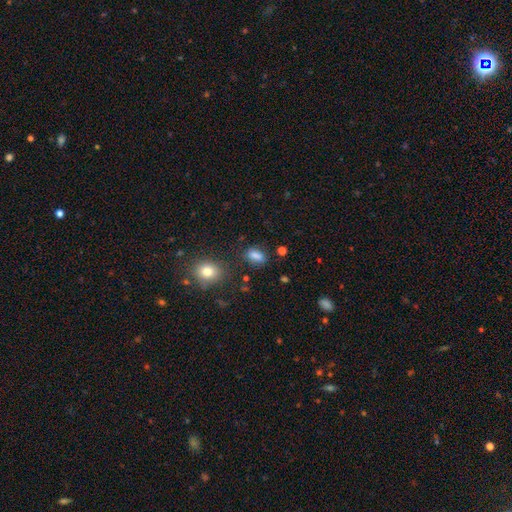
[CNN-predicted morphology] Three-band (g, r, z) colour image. It shows a smooth galaxy with no disk features (81%) that is in between round and cigar-shaped (82%). Merging: none (72%).